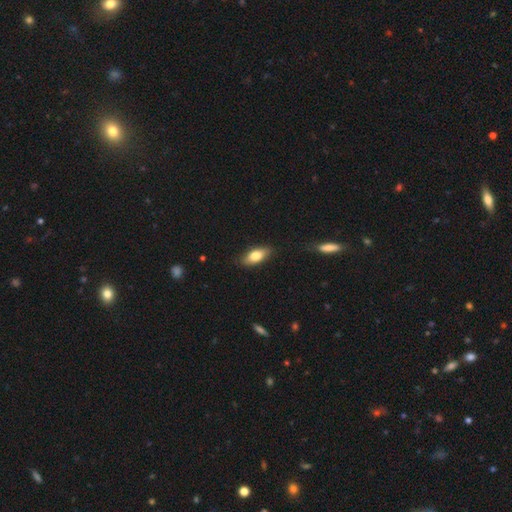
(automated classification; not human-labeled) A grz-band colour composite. It shows a smooth galaxy with no disk features (77%) that is in between round and cigar-shaped (81%). Merging: none (85%).